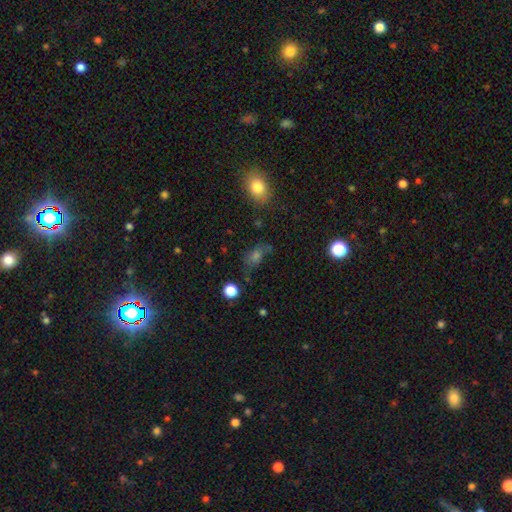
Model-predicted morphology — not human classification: This appears to be a smooth galaxy with no disk features (56%) that is in between round and cigar-shaped (72%). Merging: none (57%).